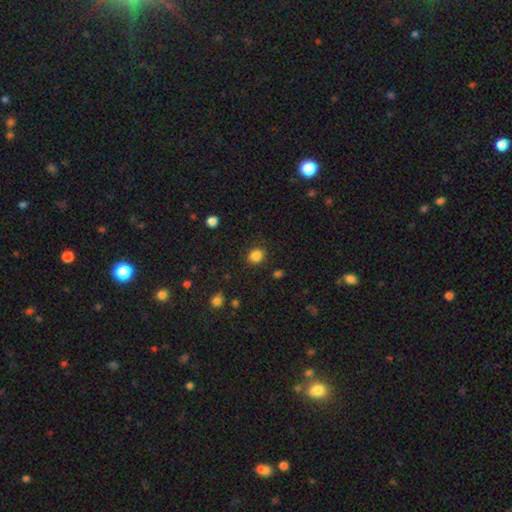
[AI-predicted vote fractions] Morphology: type=smooth (85%); roundness=round (78%); merging=none (87%).